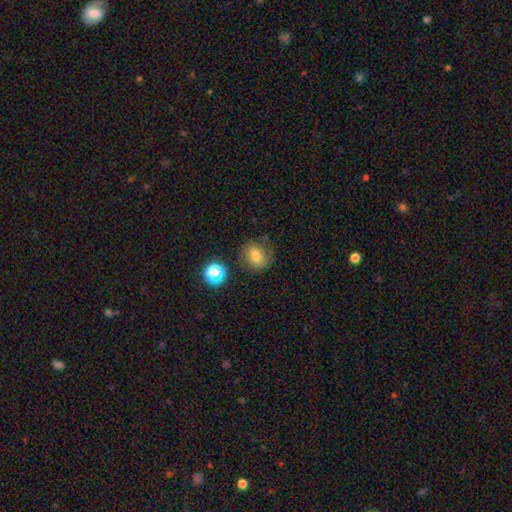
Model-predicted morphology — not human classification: Q: Smooth or featured?
A: smooth (67%); runner-up: star or artifact (17%)
Q: How rounded?
A: round (77%); runner-up: in between (22%)
Q: Merging?
A: none (74%); runner-up: minor disturbance (16%)